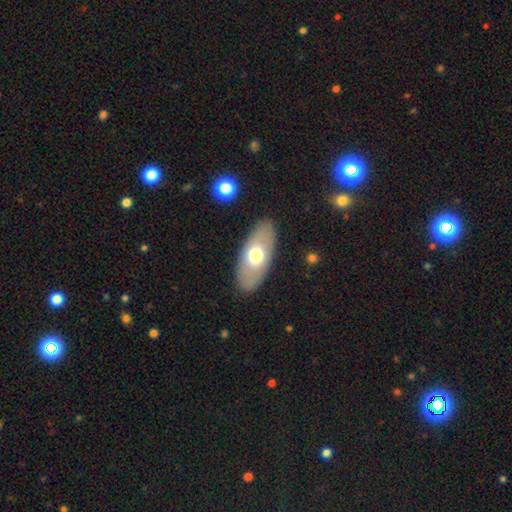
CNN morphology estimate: Smooth or featured? Predicted: smooth (p=0.62). How rounded? Predicted: in between (p=0.90). Merging? Predicted: none (p=0.88).